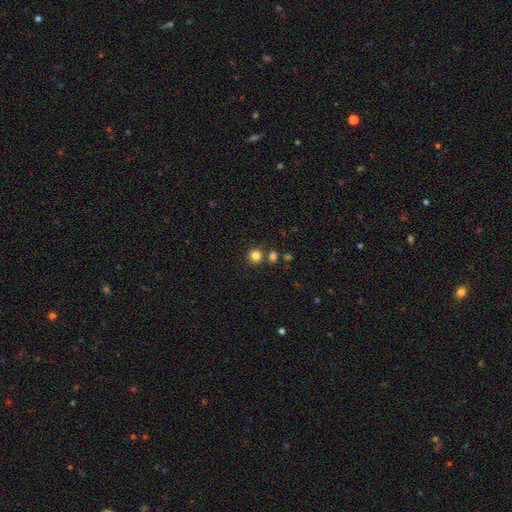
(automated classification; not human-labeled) A smooth galaxy with no disk features (82%) that is round (89%). Merging: none (78%).